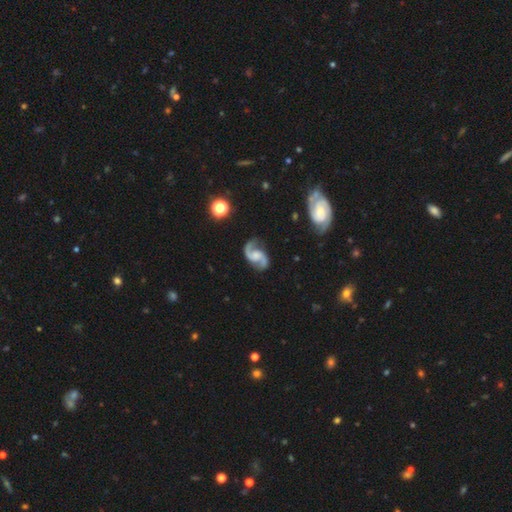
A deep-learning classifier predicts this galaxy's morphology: Smooth or featured? Predicted: featured or disk (p=0.92). Edge-on disk? Predicted: no (p=0.98). Bar? Predicted: no (p=0.52). Spiral arms? Predicted: yes (p=0.98). Spiral winding? Predicted: medium (p=0.46). Spiral arm count? Predicted: 2 (p=0.94). Bulge size? Predicted: moderate (p=0.32). Merging? Predicted: none (p=0.79).